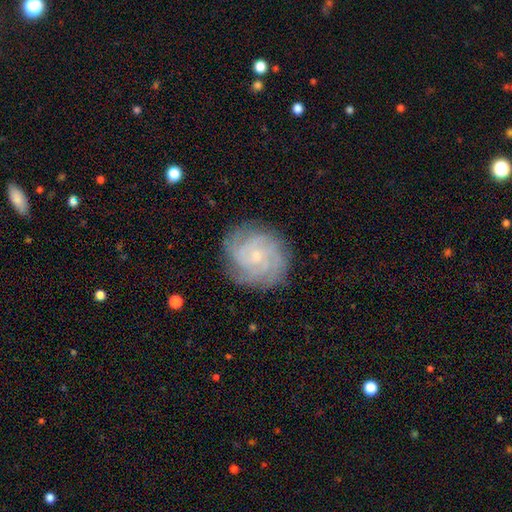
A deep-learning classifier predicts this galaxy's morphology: The model was most divided on "spiral arm count": can't tell: 31%, 4: 22%, 3: 18%, 2: 11%, more than 4: 10%, 1: 7%. More confident: edge-on disk — no (97%); spiral arms — yes (96%); merging — none (82%); smooth or featured — featured or disk (78%); bulge size — small (75%); spiral winding — tight (74%); bar — no (73%).